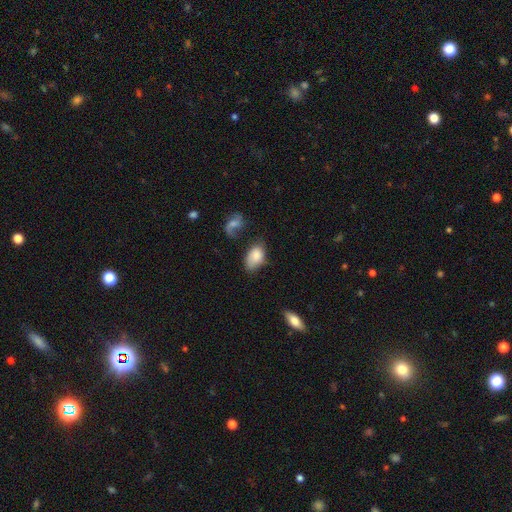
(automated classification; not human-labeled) Smooth or featured: smooth — 77% (featured or disk — 15%)
How rounded: in between — 90% (round — 8%)
Merging: none — 47% (minor disturbance — 32%)